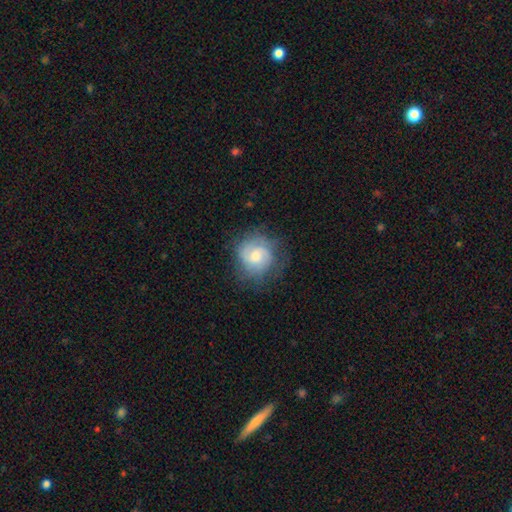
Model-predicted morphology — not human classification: smooth_or_featured: featured or disk (p=0.57) [alt: smooth p=0.35]
disk_edge_on: no (p=0.98) [alt: yes p=0.02]
bar: no (p=0.56) [alt: weak p=0.39]
has_spiral_arms: yes (p=0.87) [alt: no p=0.13]
bulge_size: moderate (p=0.53) [alt: small p=0.35]
merging: none (p=0.67) [alt: minor disturbance p=0.20]